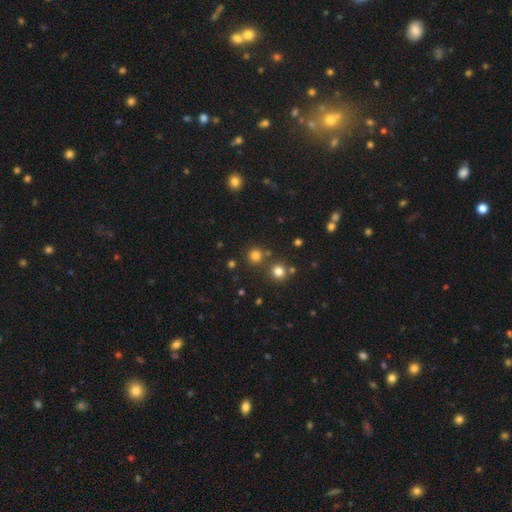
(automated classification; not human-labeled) A smooth galaxy with no disk features (76%) that is round (93%). Merging: none (79%).